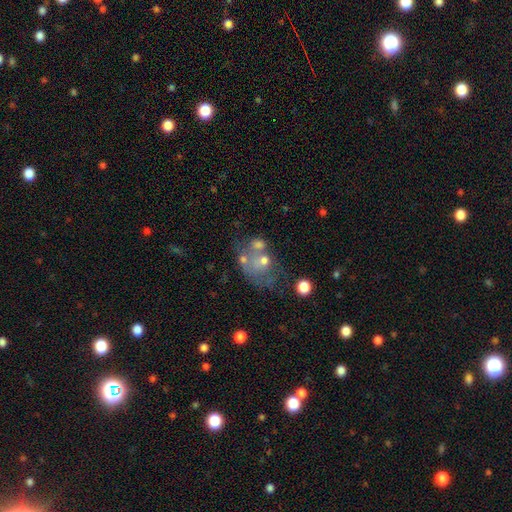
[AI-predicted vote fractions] A featured or disk galaxy (45%).

Vote fractions:
- Smooth or featured? featured or disk: 45% / smooth: 34% / star or artifact: 21%
- Merging? none: 37% / merger: 27% / major disturbance: 19% / minor disturbance: 17%